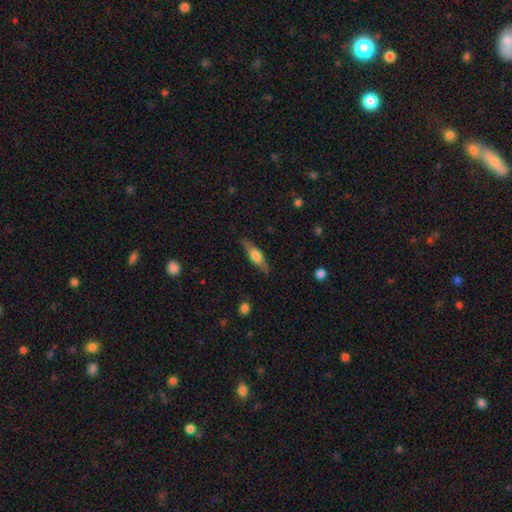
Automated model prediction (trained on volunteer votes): This appears to be a smooth galaxy with no disk features (52%) that is cigar-shaped (58%). Merging: none (83%).